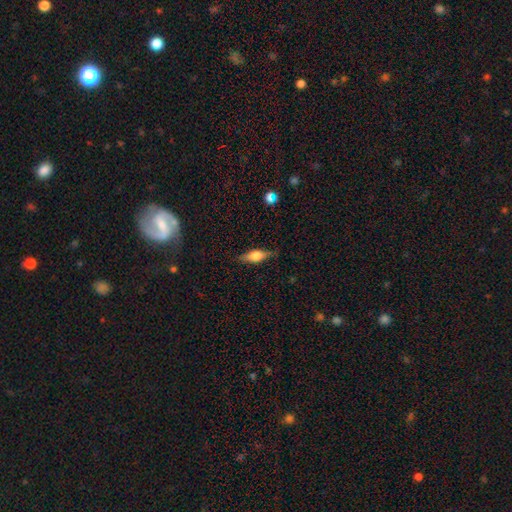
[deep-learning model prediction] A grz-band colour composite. It shows a smooth galaxy with no disk features (51%) that is in between round and cigar-shaped (60%). Merging: none (81%).